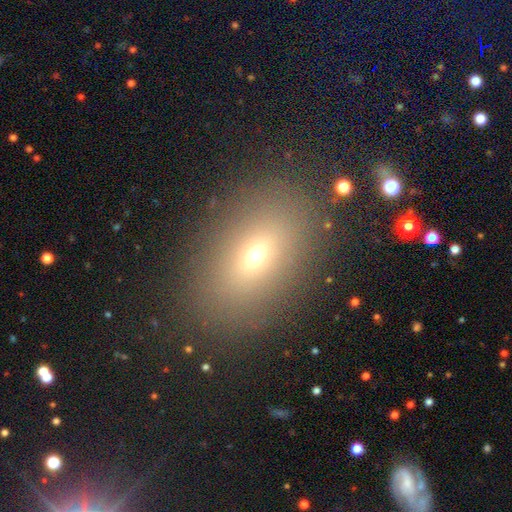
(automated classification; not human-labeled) This is likely a smooth galaxy (63%). How rounded: likely in between (77%). Merging: clearly none (85%).